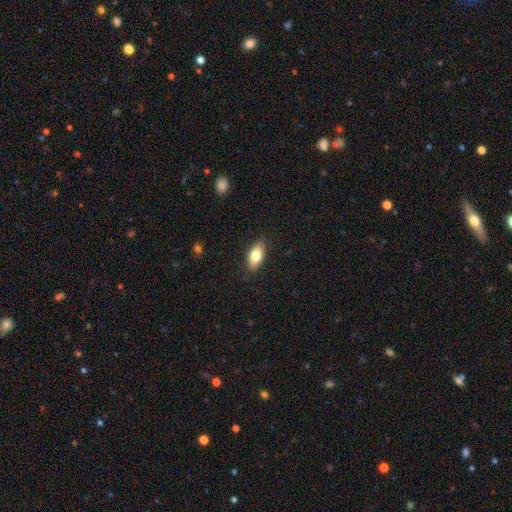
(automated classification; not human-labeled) Smooth or featured?
  - smooth: 77% *
  - featured or disk: 16%
  - star or artifact: 7%
How rounded?
  - in between: 88% *
  - cigar-shaped: 7%
  - round: 4%
Merging?
  - none: 88% *
  - minor disturbance: 9%
  - major disturbance: 2%
  - merger: 1%